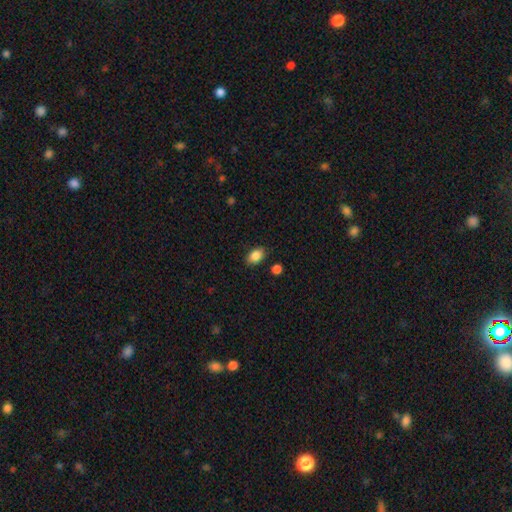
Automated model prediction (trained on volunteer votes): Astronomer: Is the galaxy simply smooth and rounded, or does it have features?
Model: smooth — 86%.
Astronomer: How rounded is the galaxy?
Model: in between — 82%.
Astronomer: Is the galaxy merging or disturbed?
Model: none — 84%.